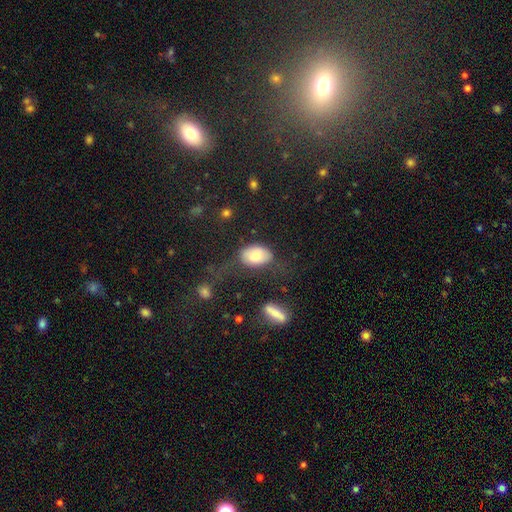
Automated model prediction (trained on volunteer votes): Smooth or featured?
  - smooth: 76% *
  - featured or disk: 16%
  - star or artifact: 8%
How rounded?
  - in between: 86% *
  - round: 12%
  - cigar-shaped: 1%
Merging?
  - none: 55% *
  - minor disturbance: 23%
  - major disturbance: 17%
  - merger: 5%